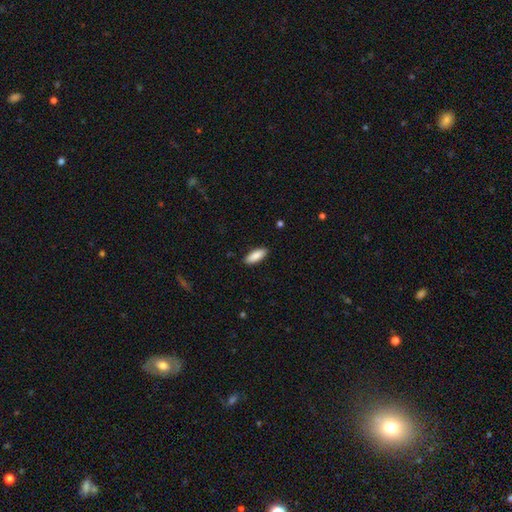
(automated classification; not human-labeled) Q: Smooth or featured?
A: smooth (88%); runner-up: featured or disk (6%)
Q: How rounded?
A: in between (75%); runner-up: cigar-shaped (23%)
Q: Merging?
A: none (89%); runner-up: minor disturbance (8%)